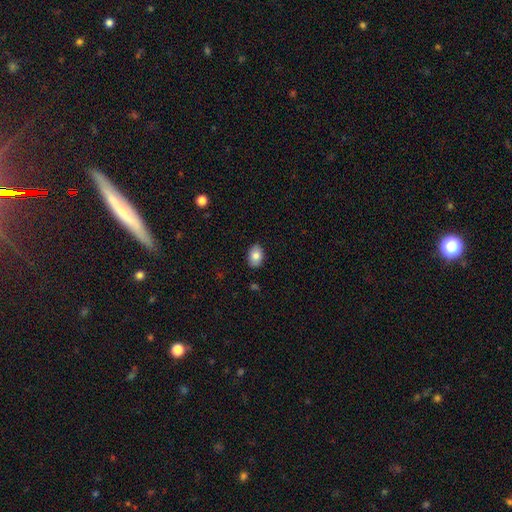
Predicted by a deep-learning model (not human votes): This appears to be a smooth galaxy with no disk features (84%) that is in between round and cigar-shaped (87%). Merging: none (88%).